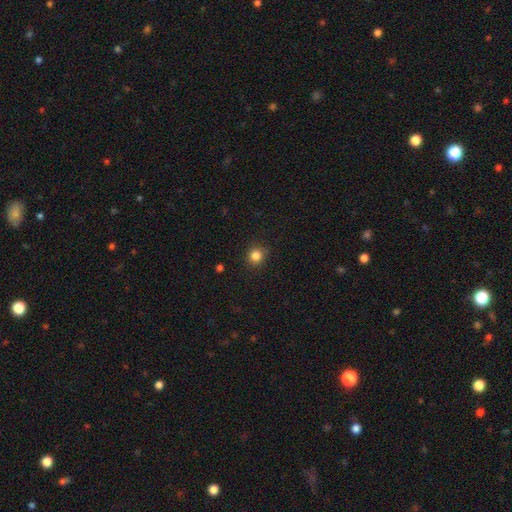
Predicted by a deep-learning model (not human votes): The model was most divided on "smooth or featured": smooth: 84%, star or artifact: 12%, featured or disk: 4%. More confident: how rounded — round (91%); merging — none (88%).